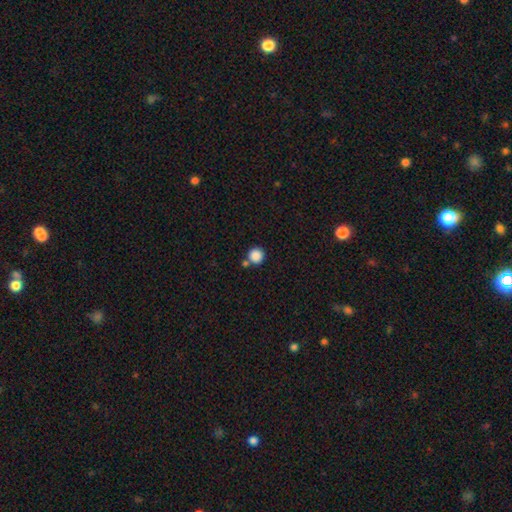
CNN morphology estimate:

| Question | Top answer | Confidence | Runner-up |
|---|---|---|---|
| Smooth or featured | smooth | 87% | star or artifact (10%) |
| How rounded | round | 95% | in between (4%) |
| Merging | none | 73% | merger (16%) |